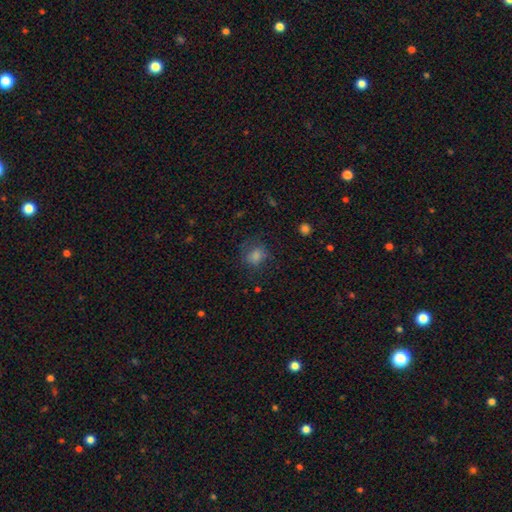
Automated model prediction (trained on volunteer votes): Smooth or featured?
  - smooth: 70% *
  - star or artifact: 19%
  - featured or disk: 11%
How rounded?
  - round: 66% *
  - in between: 33%
  - cigar-shaped: 1%
Merging?
  - none: 69% *
  - minor disturbance: 19%
  - major disturbance: 11%
  - merger: 2%